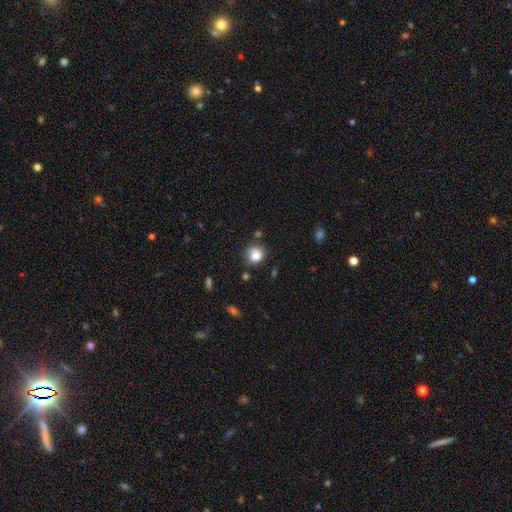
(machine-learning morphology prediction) smooth_or_featured: smooth (p=0.80) [alt: star or artifact p=0.11]
how_rounded: round (p=0.81) [alt: in between p=0.18]
merging: none (p=0.71) [alt: minor disturbance p=0.19]